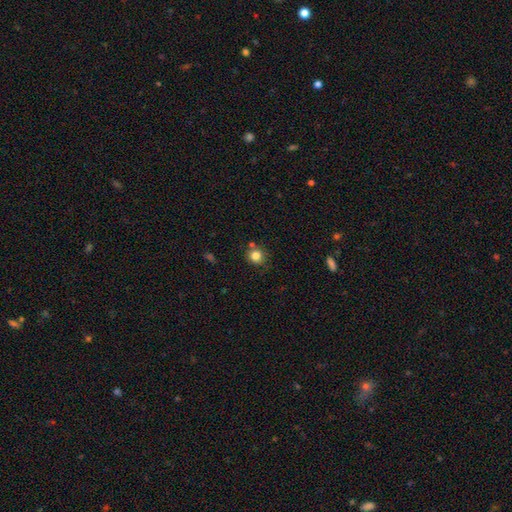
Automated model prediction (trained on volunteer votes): Q: Smooth or featured?
A: smooth (82%); runner-up: star or artifact (11%)
Q: How rounded?
A: round (87%); runner-up: in between (12%)
Q: Merging?
A: none (74%); runner-up: minor disturbance (12%)